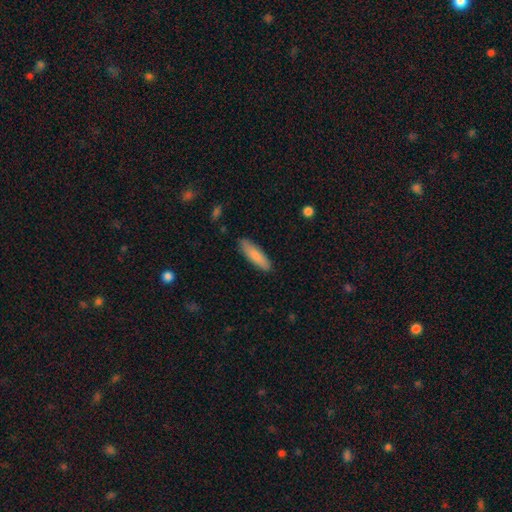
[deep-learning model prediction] smooth_or_featured: smooth (p=0.85) [alt: featured or disk p=0.10]
how_rounded: cigar-shaped (p=0.63) [alt: in between p=0.36]
merging: none (p=0.87) [alt: minor disturbance p=0.10]